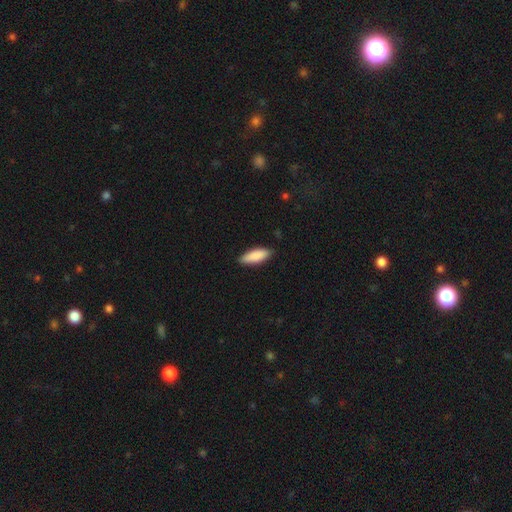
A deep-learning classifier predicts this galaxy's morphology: Smooth or featured? smooth (88%)
How rounded? in between (62%)
Merging? none (86%)